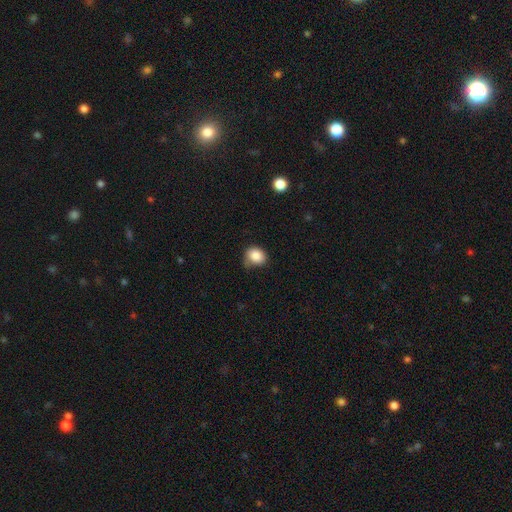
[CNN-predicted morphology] type=smooth (84%); roundness=round (66%); merging=none (60%).